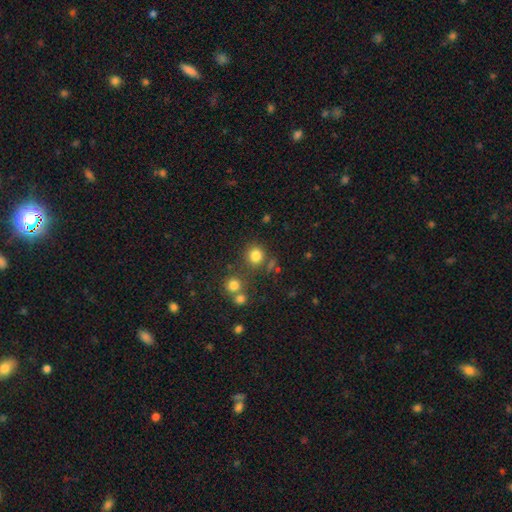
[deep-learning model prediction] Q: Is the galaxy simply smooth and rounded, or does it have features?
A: smooth — 80%.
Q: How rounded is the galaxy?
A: round — 89%.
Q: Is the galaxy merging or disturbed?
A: none — 74%.